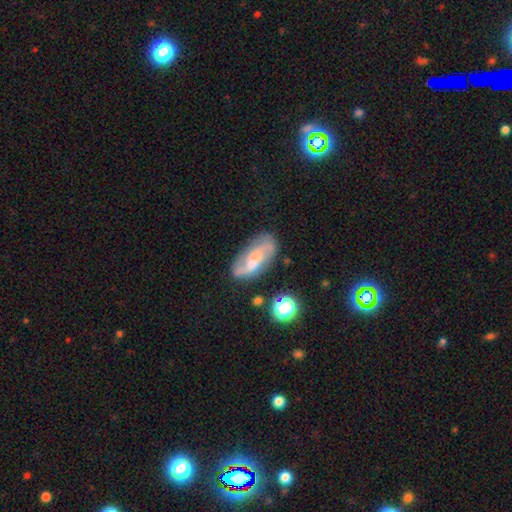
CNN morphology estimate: Smooth or featured? featured or disk (70%)
Edge-on disk? no (94%)
Bar? weak (42%, tied with no)
Spiral arms? yes (90%)
Spiral winding? loose (47%)
Spiral arm count? 2 (82%)
Bulge size? small (53%)
Merging? none (66%)